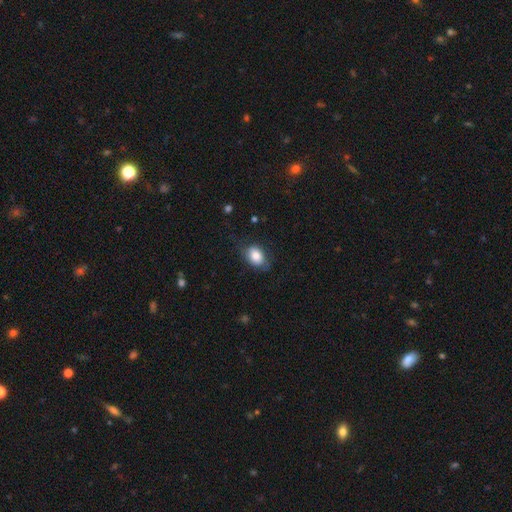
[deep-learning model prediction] This appears to be a smooth galaxy with no disk features (81%) that is in between round and cigar-shaped (78%). Merging: none (65%).